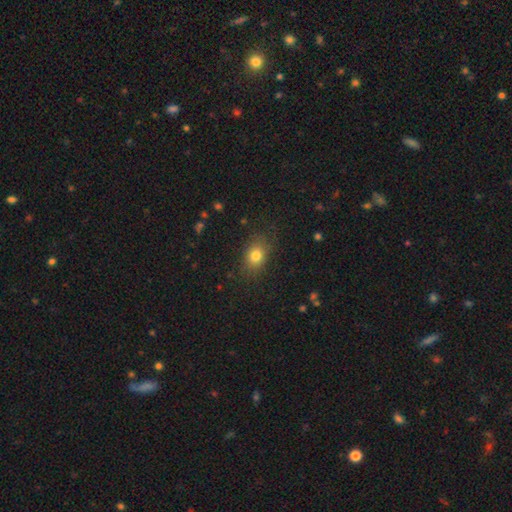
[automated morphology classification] A smooth galaxy with no disk features (80%) that is in between round and cigar-shaped (61%). Merging: none (81%).